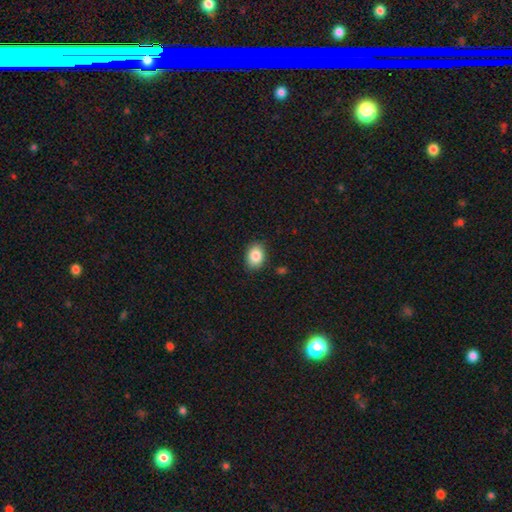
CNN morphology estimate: Smooth or featured? smooth (85%)
How rounded? in between (74%)
Merging? none (86%)